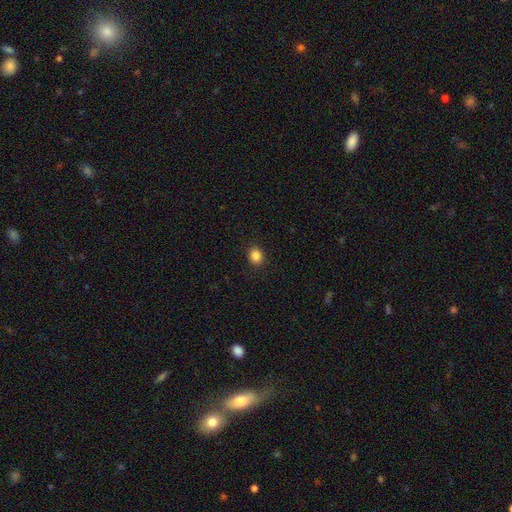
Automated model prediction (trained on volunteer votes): smooth 86%, star or artifact 10%, featured or disk 4%. Down the decision tree: how rounded — round (58%); merging — none (89%).